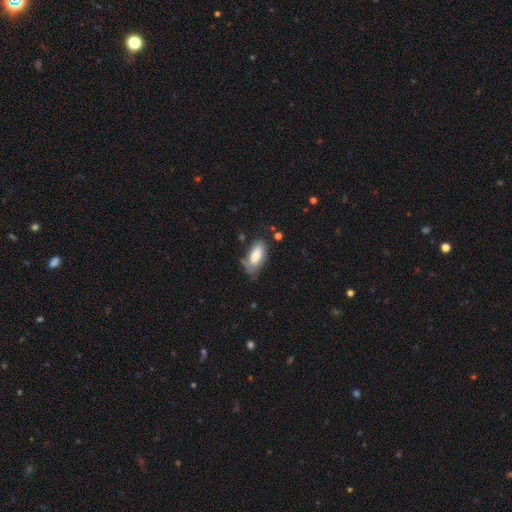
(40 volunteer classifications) Smooth or featured? smooth (75%)
How rounded? in between (97%)
Merging? minor disturbance (49%)